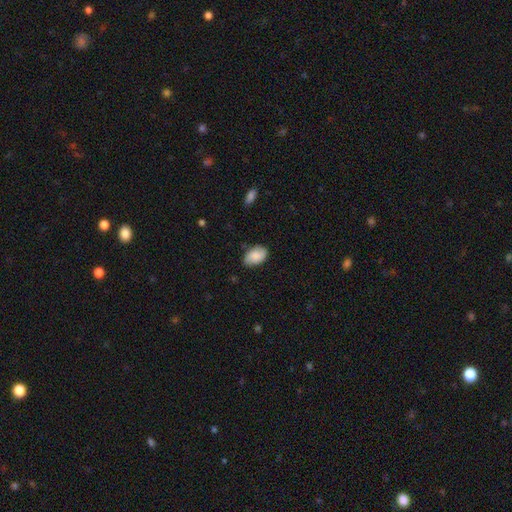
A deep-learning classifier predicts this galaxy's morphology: type=smooth (82%); roundness=in between (91%); merging=none (78%).